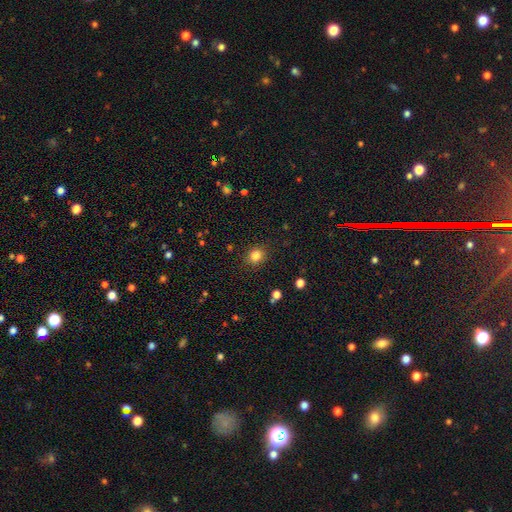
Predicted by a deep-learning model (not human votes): A smooth galaxy with no disk features (83%) that is round (74%). Merging: none (87%).